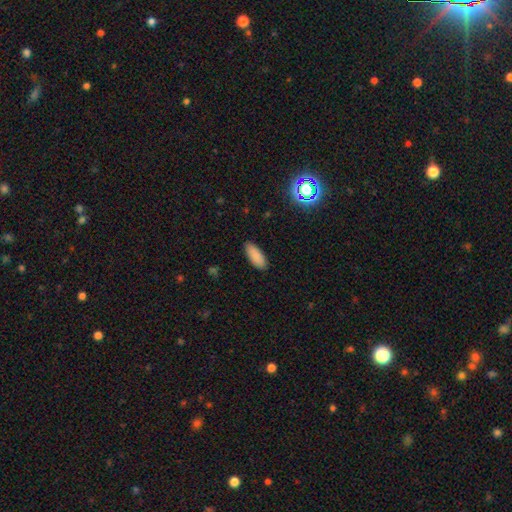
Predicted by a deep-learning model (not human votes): The model was most divided on "how rounded": in between: 80%, cigar-shaped: 19%, round: 2%. More confident: merging — none (88%); smooth or featured — smooth (88%).